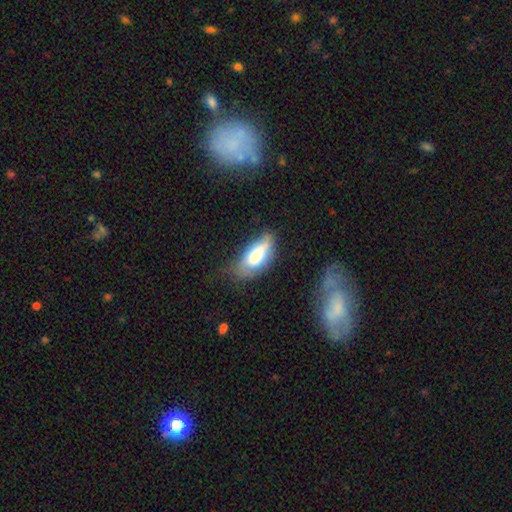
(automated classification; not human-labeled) Q: Smooth or featured?
A: smooth (68%); runner-up: featured or disk (25%)
Q: How rounded?
A: in between (82%); runner-up: cigar-shaped (15%)
Q: Merging?
A: none (43%); runner-up: minor disturbance (35%)